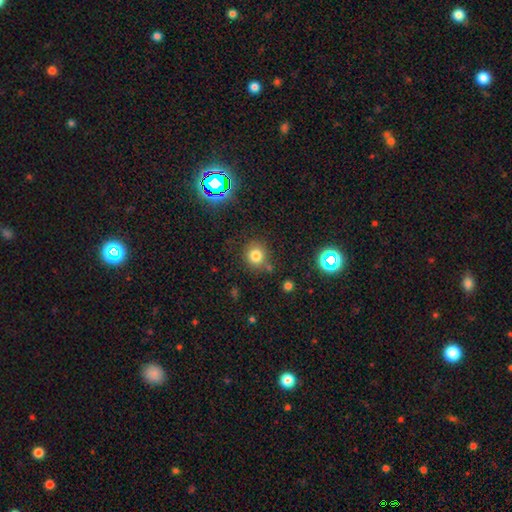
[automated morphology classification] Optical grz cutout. It shows a smooth galaxy with no disk features (77%) that is round (87%). Merging: none (75%).